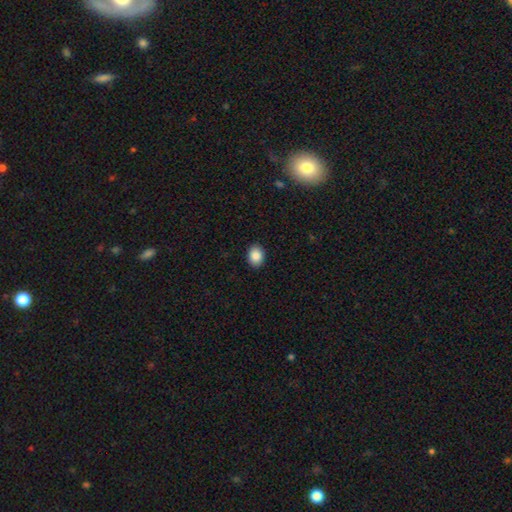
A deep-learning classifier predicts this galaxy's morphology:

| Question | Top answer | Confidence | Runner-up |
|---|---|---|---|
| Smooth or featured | smooth | 88% | star or artifact (8%) |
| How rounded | in between | 61% | round (38%) |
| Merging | none | 91% | minor disturbance (6%) |